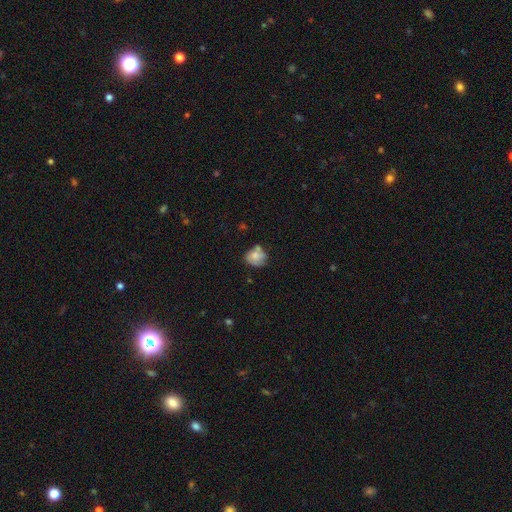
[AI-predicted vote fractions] smooth_or_featured: smooth (p=0.69) [alt: featured or disk p=0.22]
how_rounded: round (p=0.62) [alt: in between p=0.38]
merging: none (p=0.48) [alt: minor disturbance p=0.28]